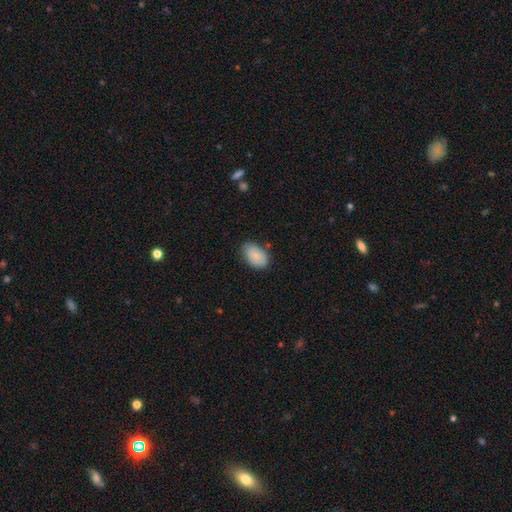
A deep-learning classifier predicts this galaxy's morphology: type=smooth (87%); roundness=in between (91%); merging=none (77%).